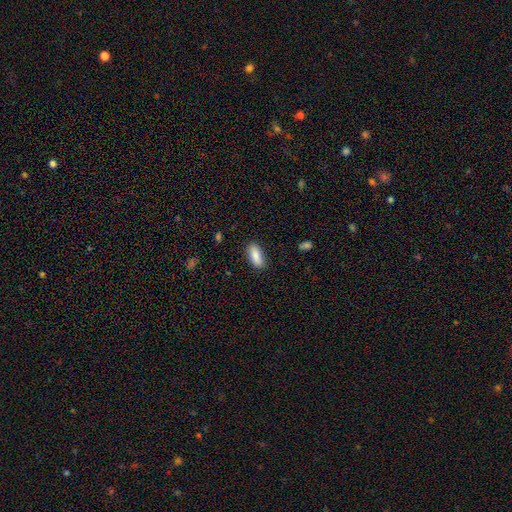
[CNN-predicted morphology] Smooth or featured?
  - smooth: 87% *
  - featured or disk: 7%
  - star or artifact: 7%
How rounded?
  - in between: 79% *
  - cigar-shaped: 19%
  - round: 2%
Merging?
  - none: 86% *
  - minor disturbance: 10%
  - major disturbance: 2%
  - merger: 1%